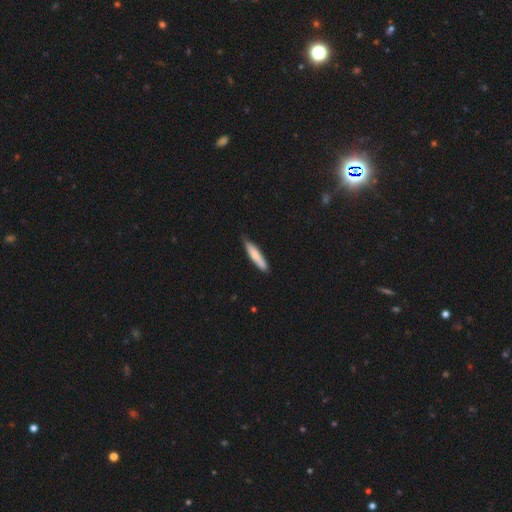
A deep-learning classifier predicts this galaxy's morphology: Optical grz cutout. It shows a smooth galaxy with no disk features (78%) that is cigar-shaped (86%). Merging: none (78%).